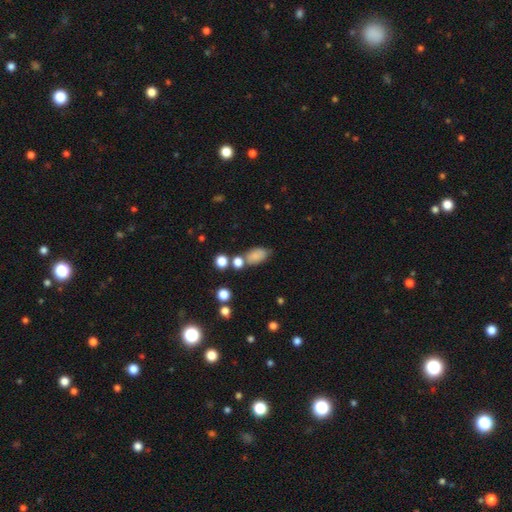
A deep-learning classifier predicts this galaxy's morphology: Overall: smooth (78%). How rounded: in between (87%). Merging: none (57%; minor disturbance 21%).